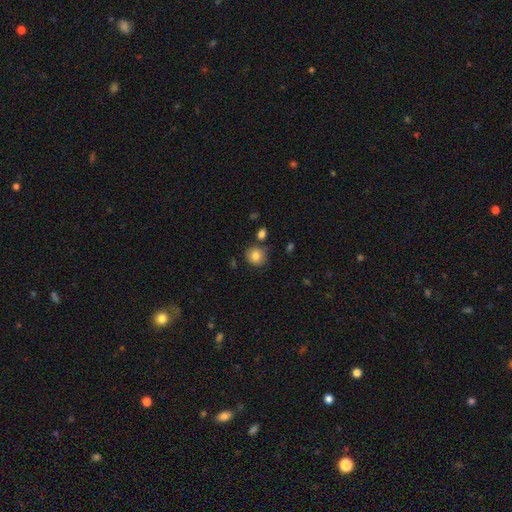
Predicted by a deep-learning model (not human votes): Morphology: type=smooth (83%); roundness=round (88%); merging=none (77%).